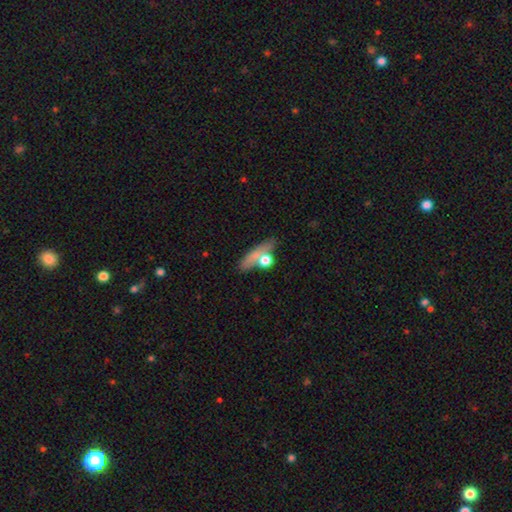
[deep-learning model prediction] Q: Smooth or featured?
A: smooth (59%); runner-up: featured or disk (29%)
Q: How rounded?
A: cigar-shaped (40%); tied with: in between (40%)
Q: Merging?
A: none (47%); runner-up: merger (20%)